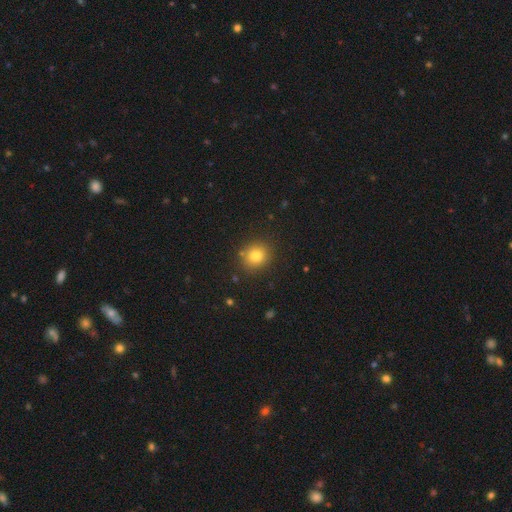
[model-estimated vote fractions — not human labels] Smooth or featured: smooth — 79% (star or artifact — 13%)
How rounded: round — 85% (in between — 14%)
Merging: none — 87% (minor disturbance — 8%)